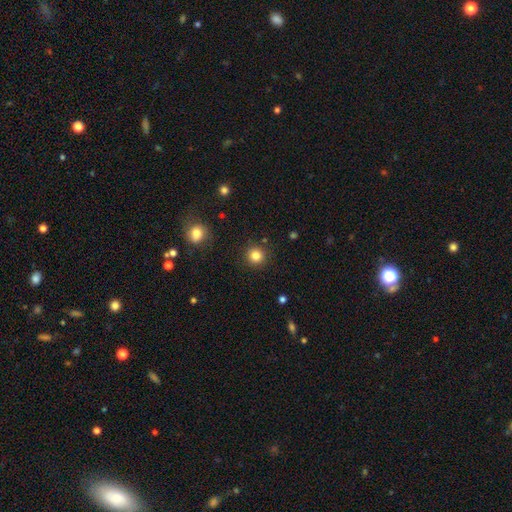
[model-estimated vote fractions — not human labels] Q: Smooth or featured?
A: smooth (83%); runner-up: star or artifact (12%)
Q: How rounded?
A: round (93%); runner-up: in between (6%)
Q: Merging?
A: none (90%); runner-up: minor disturbance (6%)